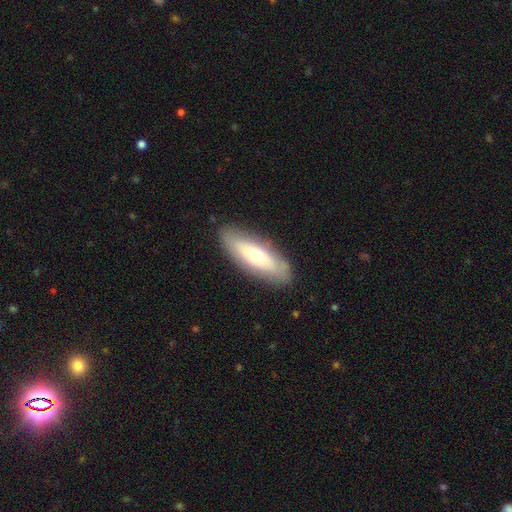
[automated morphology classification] Smooth or featured: smooth — 57% (featured or disk — 37%)
How rounded: in between — 56% (cigar-shaped — 42%)
Merging: none — 85% (minor disturbance — 10%)